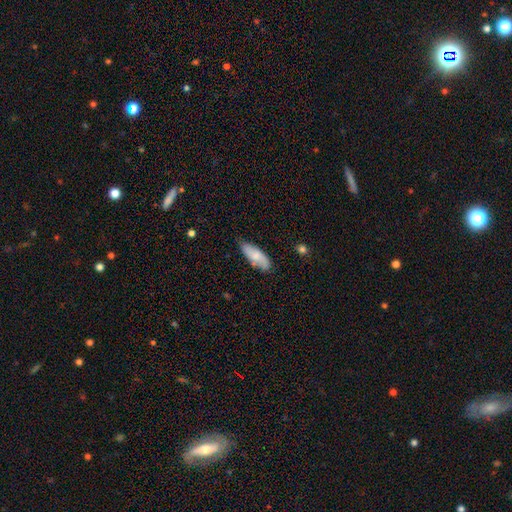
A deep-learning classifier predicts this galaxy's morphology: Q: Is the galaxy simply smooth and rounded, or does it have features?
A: smooth — 71%.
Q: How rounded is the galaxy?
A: in between — 70%.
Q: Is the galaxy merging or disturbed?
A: none — 72%.